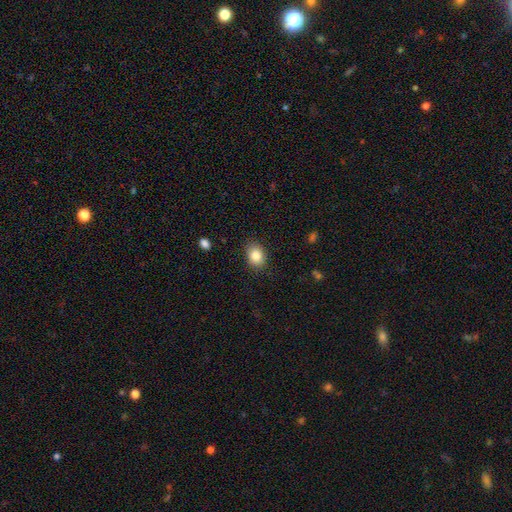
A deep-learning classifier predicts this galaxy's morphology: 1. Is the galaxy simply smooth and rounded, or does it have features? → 85% smooth, 9% star or artifact, 7% featured or disk.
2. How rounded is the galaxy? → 62% in between, 37% round, 1% cigar-shaped.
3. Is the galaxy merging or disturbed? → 86% none, 10% minor disturbance, 2% major disturbance, 1% merger.